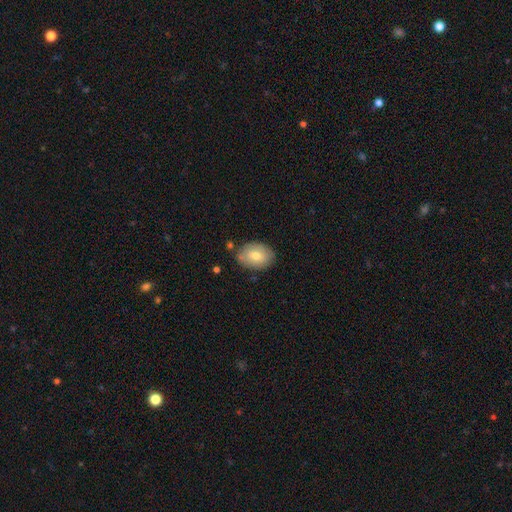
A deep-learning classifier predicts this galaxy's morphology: type=smooth (72%); roundness=in between (78%); merging=none (78%).